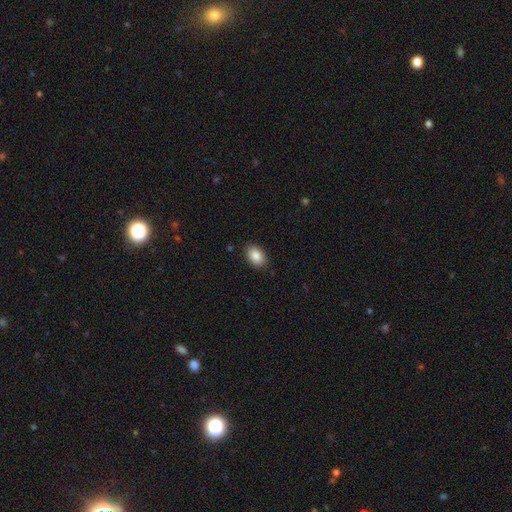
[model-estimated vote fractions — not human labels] smooth 86%, star or artifact 7%, featured or disk 6%. Down the decision tree: how rounded — in between (86%); merging — none (88%).